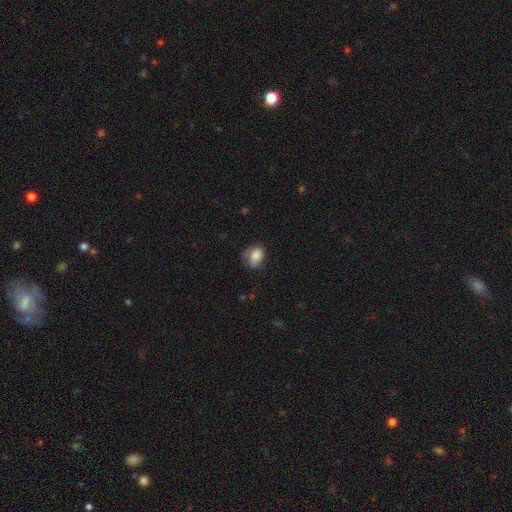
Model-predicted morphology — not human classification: smooth 78%, featured or disk 13%, star or artifact 8%. Down the decision tree: how rounded — in between (68%); merging — none (46%).